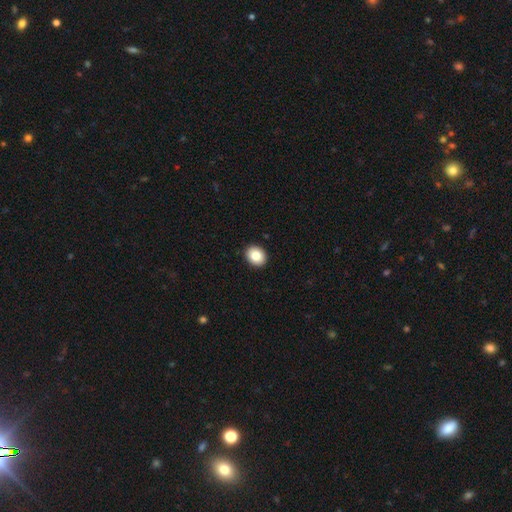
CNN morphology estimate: This appears to be a smooth galaxy with no disk features (84%) that is round (53%). Merging: none (92%).